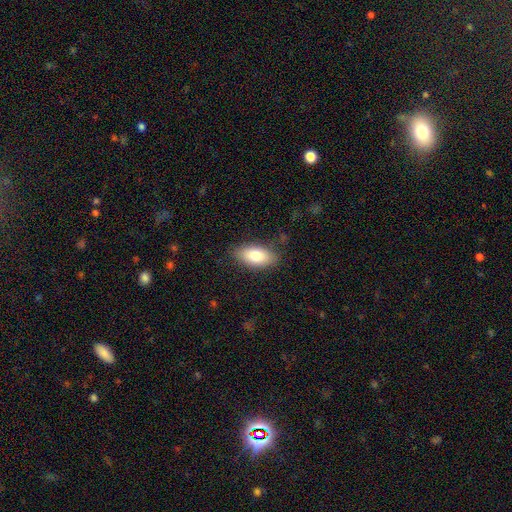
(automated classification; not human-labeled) This is likely a smooth galaxy (78%). How rounded: clearly in between (91%). Merging: clearly none (83%).